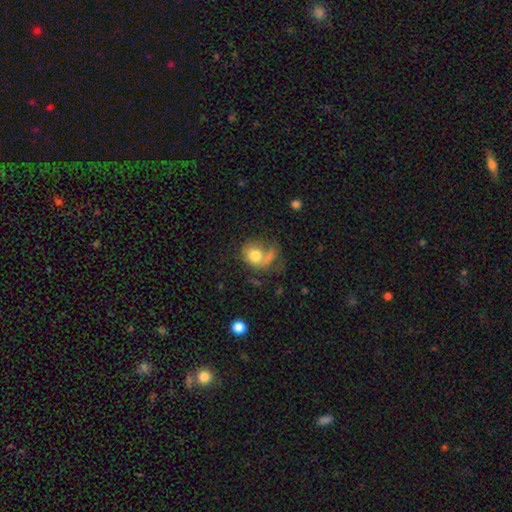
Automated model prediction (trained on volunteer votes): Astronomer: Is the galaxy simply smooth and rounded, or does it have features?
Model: smooth — 67%.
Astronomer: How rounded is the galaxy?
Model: round — 58% (runner-up: in between, 41%).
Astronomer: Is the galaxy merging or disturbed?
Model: none — 32% (runner-up: major disturbance, 27%).